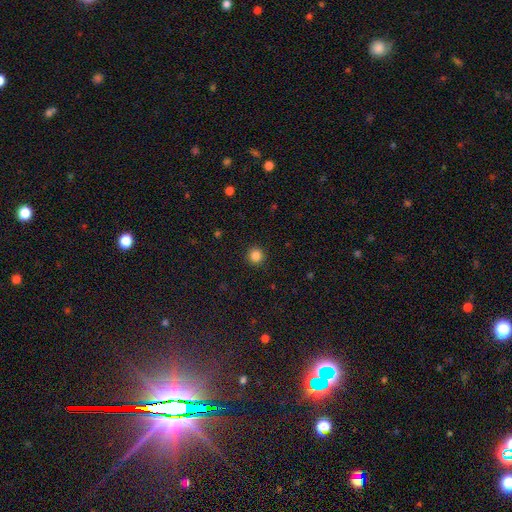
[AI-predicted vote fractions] Smooth or featured: smooth — 85% (star or artifact — 12%)
How rounded: round — 94% (in between — 6%)
Merging: none — 92% (minor disturbance — 5%)